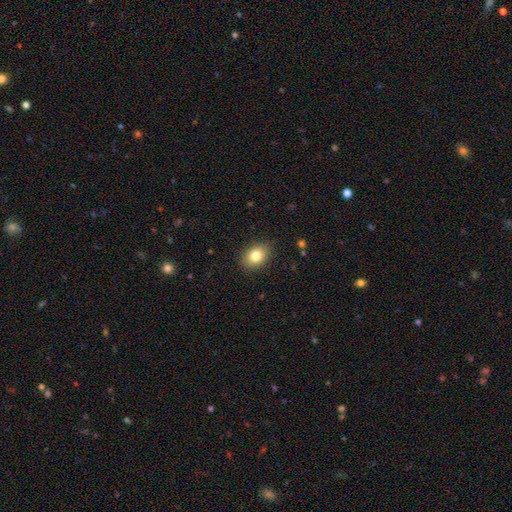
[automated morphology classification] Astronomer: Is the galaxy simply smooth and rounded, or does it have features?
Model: smooth — 82%.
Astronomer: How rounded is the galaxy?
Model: in between — 62% (runner-up: round, 37%).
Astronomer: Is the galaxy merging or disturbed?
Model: none — 87%.